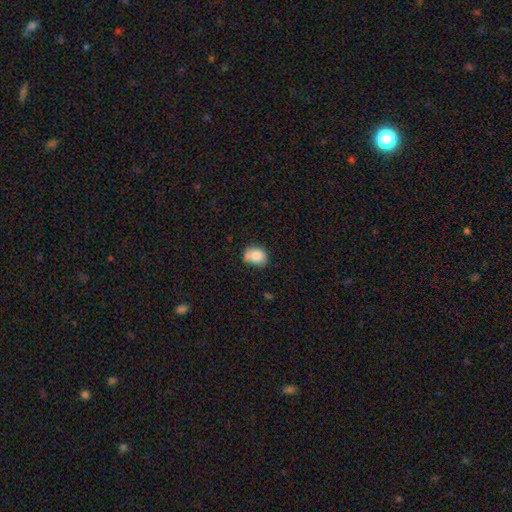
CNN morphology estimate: Smooth or featured: smooth — 81% (featured or disk — 10%)
How rounded: in between — 50% (round — 49%)
Merging: none — 47% (minor disturbance — 30%)